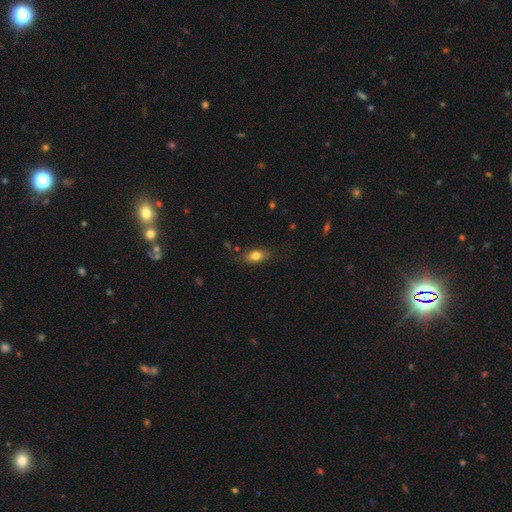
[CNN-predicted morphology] smooth_or_featured: smooth (p=0.77) [alt: featured or disk p=0.15]
how_rounded: in between (p=0.80) [alt: cigar-shaped p=0.11]
merging: none (p=0.79) [alt: minor disturbance p=0.16]